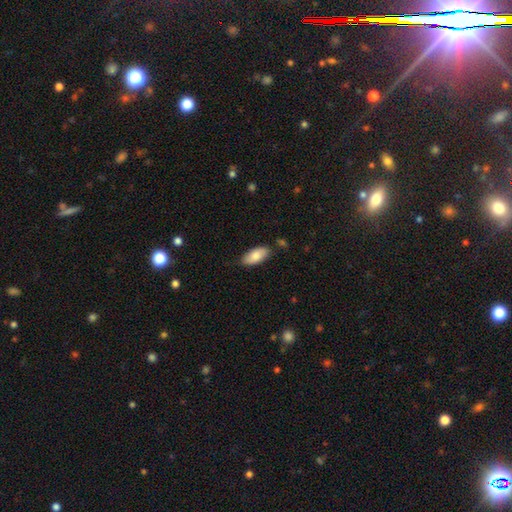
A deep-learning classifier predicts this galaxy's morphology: A smooth galaxy with no disk features (81%) that is in between round and cigar-shaped (91%).

Vote fractions:
- Smooth or featured? smooth: 81% / featured or disk: 13% / star or artifact: 6%
- How rounded? in between: 91% / cigar-shaped: 7% / round: 2%
- Merging? none: 80% / minor disturbance: 15% / merger: 3% / major disturbance: 3%